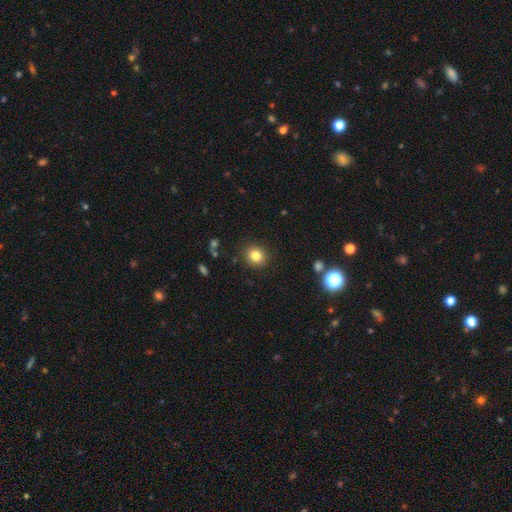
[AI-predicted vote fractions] smooth_or_featured: smooth (p=0.82) [alt: star or artifact p=0.12]
how_rounded: round (p=0.83) [alt: in between p=0.16]
merging: none (p=0.90) [alt: minor disturbance p=0.07]